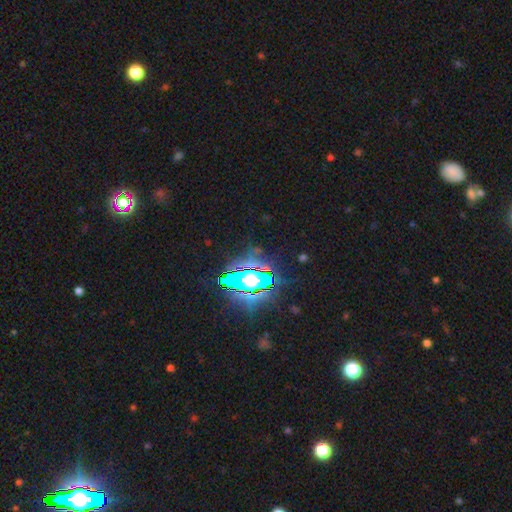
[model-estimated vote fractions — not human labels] Smooth or featured?
  - star or artifact: 80% *
  - smooth: 11%
  - featured or disk: 9%